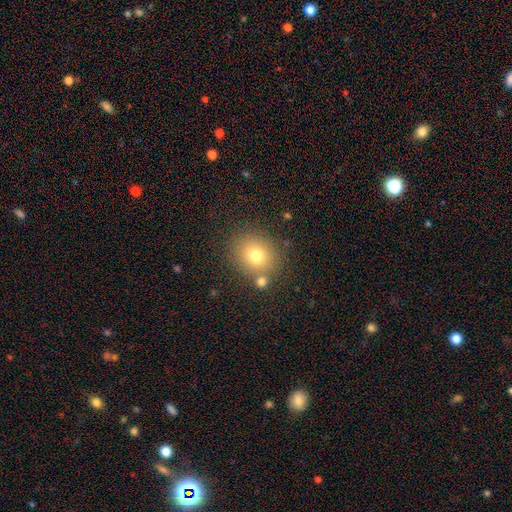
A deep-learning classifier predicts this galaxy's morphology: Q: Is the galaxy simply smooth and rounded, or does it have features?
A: smooth — 75%.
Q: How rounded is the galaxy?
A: round — 72%.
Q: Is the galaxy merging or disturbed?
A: none — 75%.